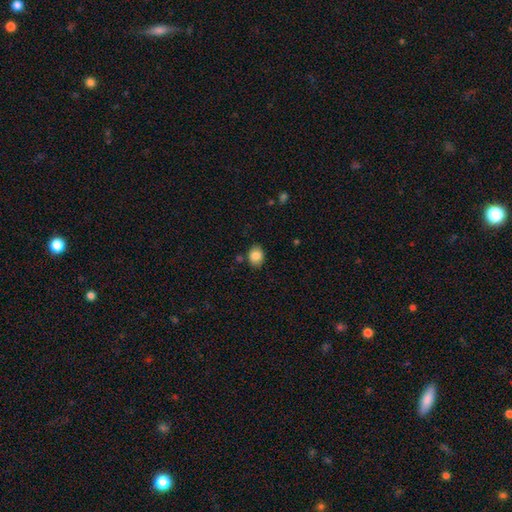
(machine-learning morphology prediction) smooth_or_featured: smooth (p=0.85) [alt: star or artifact p=0.08]
how_rounded: in between (p=0.57) [alt: round p=0.42]
merging: none (p=0.82) [alt: minor disturbance p=0.12]